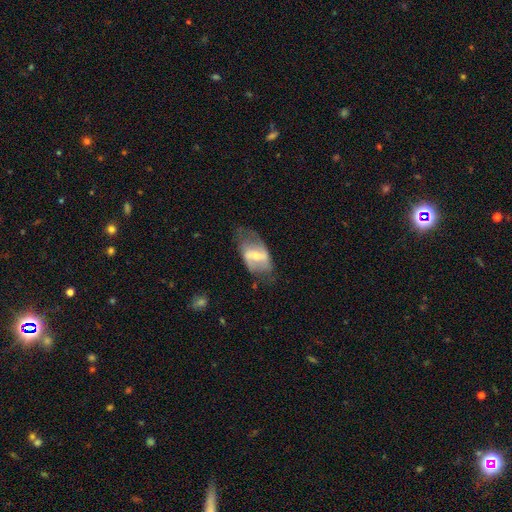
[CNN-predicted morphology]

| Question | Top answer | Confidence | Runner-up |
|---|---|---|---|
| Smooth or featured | featured or disk | 72% | smooth (22%) |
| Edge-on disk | no | 94% | yes (6%) |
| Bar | strong | 50% | weak (37%) |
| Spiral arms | yes | 73% | no (27%) |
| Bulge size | small | 49% | moderate (44%) |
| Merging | none | 56% | minor disturbance (26%) |